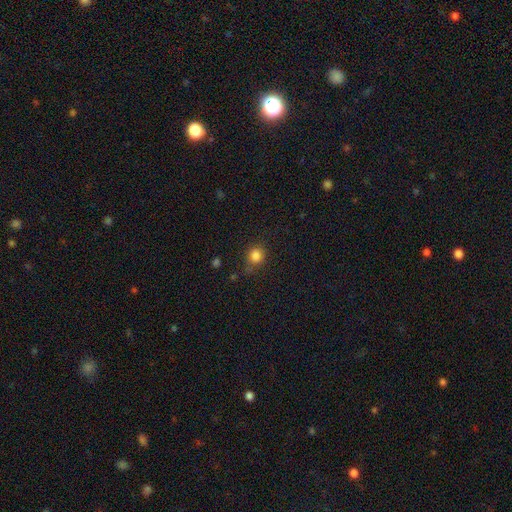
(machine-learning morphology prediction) A smooth galaxy with no disk features (83%) that is round (87%).

Vote fractions:
- Smooth or featured? smooth: 83% / star or artifact: 12% / featured or disk: 5%
- How rounded? round: 87% / in between: 12% / cigar-shaped: 1%
- Merging? none: 76% / minor disturbance: 16% / major disturbance: 5% / merger: 3%